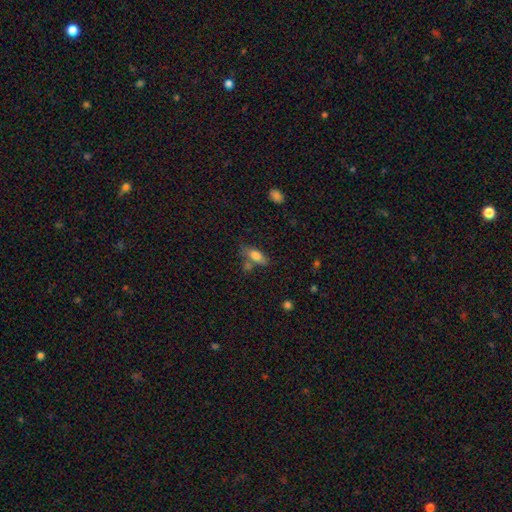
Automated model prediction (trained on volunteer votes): Smooth or featured? Predicted: smooth (p=0.76). How rounded? Predicted: in between (p=0.78). Merging? Predicted: none (p=0.56).